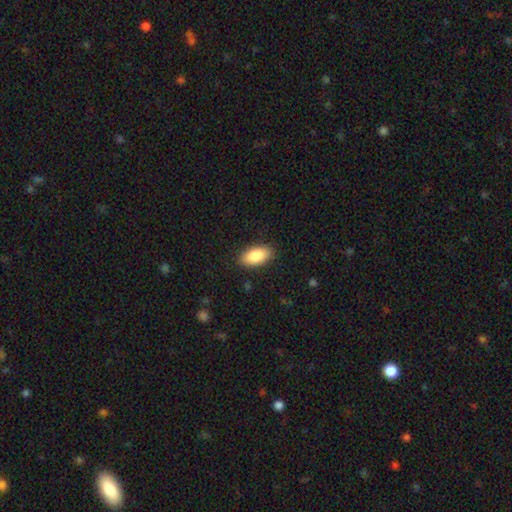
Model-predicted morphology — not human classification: smooth_or_featured: smooth (p=0.87) [alt: featured or disk p=0.07]
how_rounded: in between (p=0.93) [alt: cigar-shaped p=0.04]
merging: none (p=0.88) [alt: minor disturbance p=0.09]